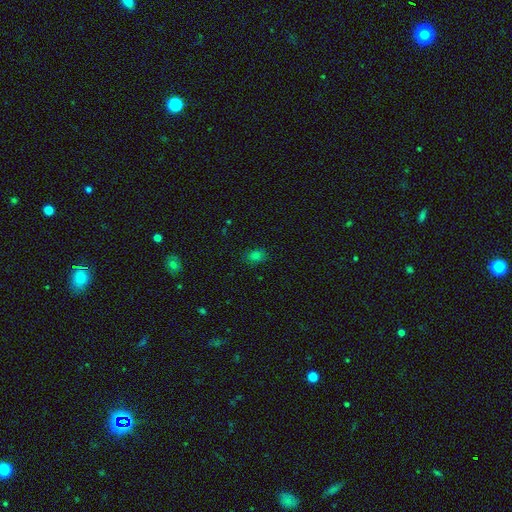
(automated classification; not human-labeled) Smooth or featured: smooth — 73% (star or artifact — 20%)
How rounded: in between — 64% (round — 34%)
Merging: none — 84% (minor disturbance — 12%)